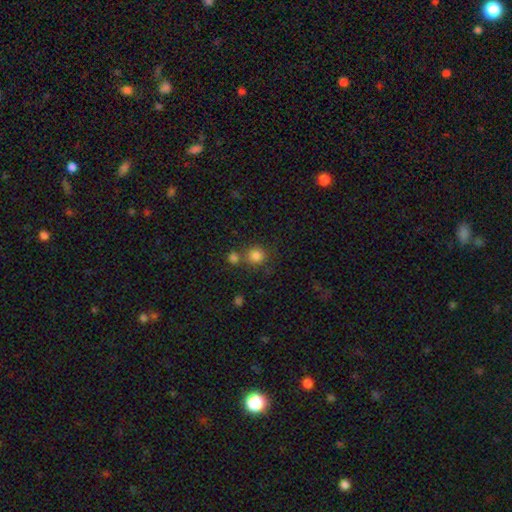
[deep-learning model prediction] This appears to be a smooth galaxy with no disk features (83%) that is round (88%). Merging: none (64%).